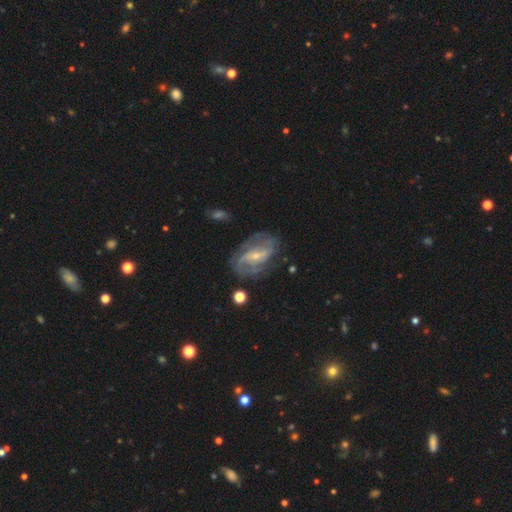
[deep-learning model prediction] Smooth or featured: featured or disk — 85% (smooth — 9%)
Edge-on disk: no — 96% (yes — 4%)
Bar: weak — 44% (no — 32%)
Spiral arms: yes — 94% (no — 6%)
Spiral winding: medium — 47% (tight — 27%)
Spiral arm count: 2 — 67% (can't tell — 15%)
Bulge size: small — 71% (moderate — 24%)
Merging: none — 68% (minor disturbance — 19%)